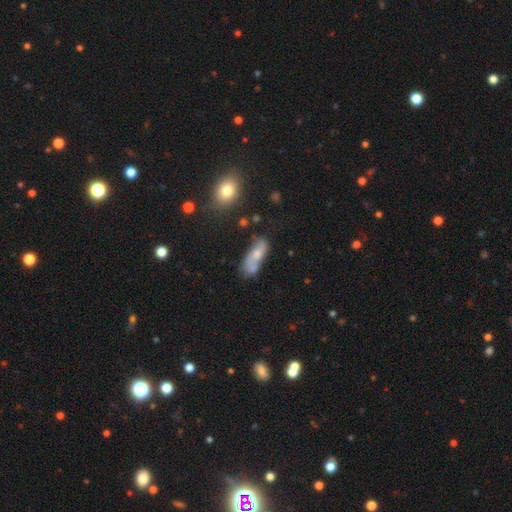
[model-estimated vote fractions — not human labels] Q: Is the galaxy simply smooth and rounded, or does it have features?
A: featured or disk — 46%.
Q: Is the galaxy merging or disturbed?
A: none — 42%.